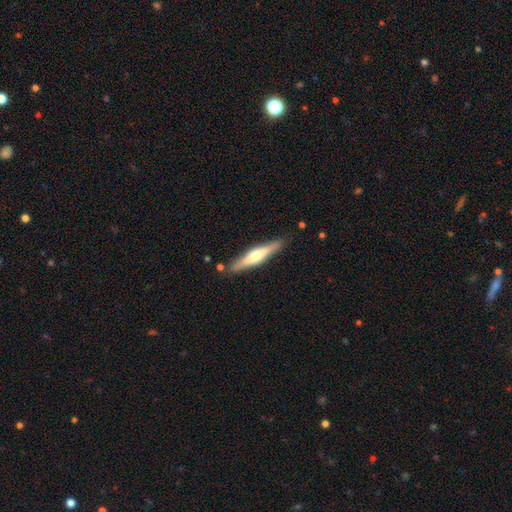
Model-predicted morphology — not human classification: Q: Smooth or featured?
A: featured or disk (55%); runner-up: smooth (40%)
Q: Edge-on disk?
A: yes (94%); runner-up: no (6%)
Q: Edge-on bulge?
A: rounded (85%); runner-up: boxy (8%)
Q: Merging?
A: none (85%); runner-up: minor disturbance (11%)